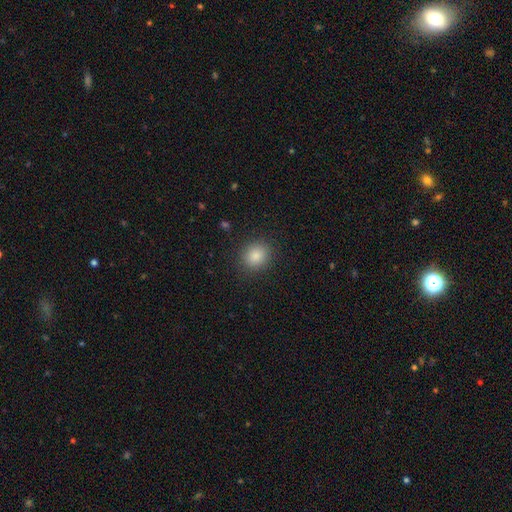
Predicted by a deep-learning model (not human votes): This is clearly a smooth galaxy (86%). How rounded: likely round (78%). Merging: clearly none (88%).